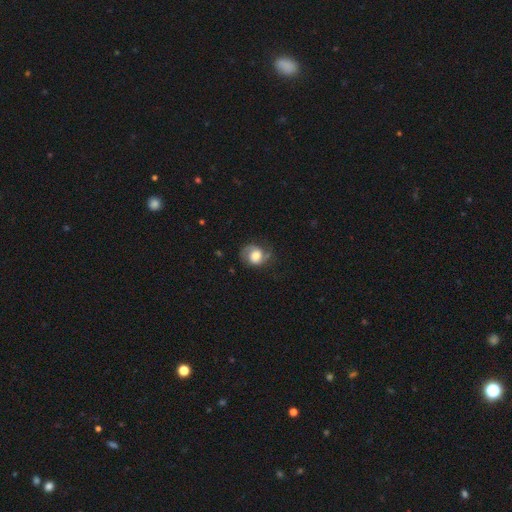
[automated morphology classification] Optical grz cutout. It shows a featured or disk galaxy (57%) with no bar (62%), spiral arms (88%) and a moderate central bulge (53%). Merging: none (64%).